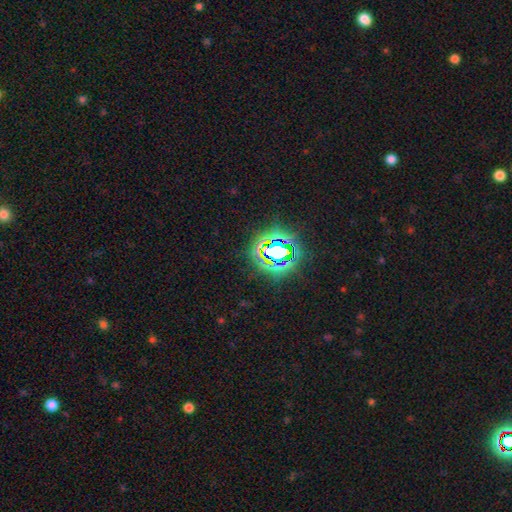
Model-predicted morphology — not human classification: Overall: star or artifact (83%).